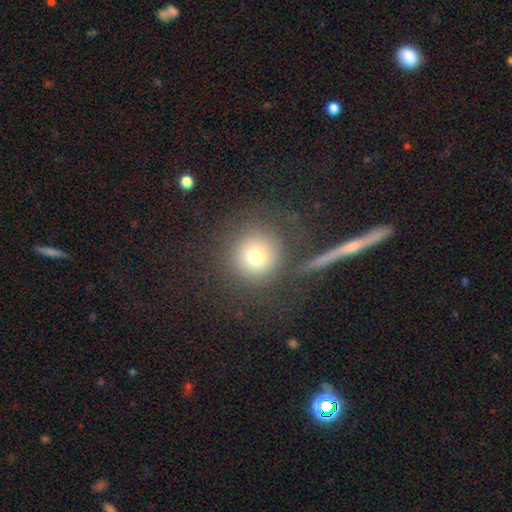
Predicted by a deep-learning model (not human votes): A smooth galaxy with no disk features (71%) that is round (94%). Merging: none (73%).